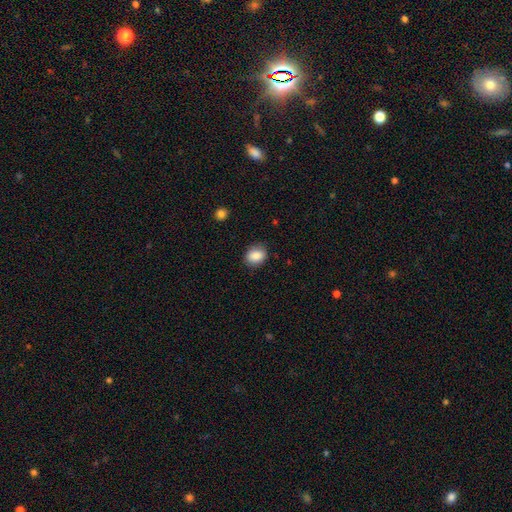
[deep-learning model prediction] Q: Smooth or featured?
A: smooth (87%); runner-up: star or artifact (8%)
Q: How rounded?
A: round (51%); runner-up: in between (48%)
Q: Merging?
A: none (85%); runner-up: minor disturbance (11%)